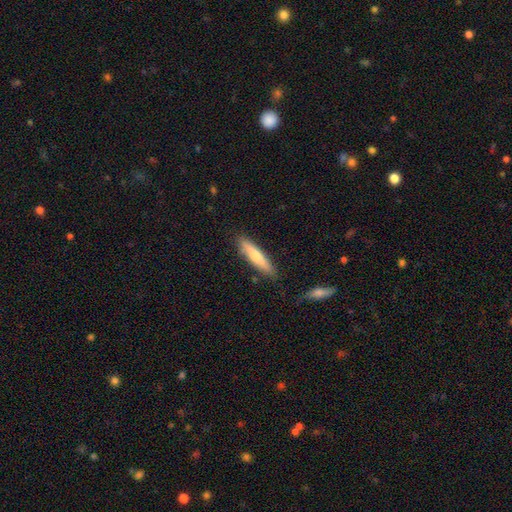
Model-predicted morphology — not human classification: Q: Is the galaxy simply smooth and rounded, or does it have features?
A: smooth — 70%.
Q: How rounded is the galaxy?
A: cigar-shaped — 84%.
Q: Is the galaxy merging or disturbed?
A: none — 84%.